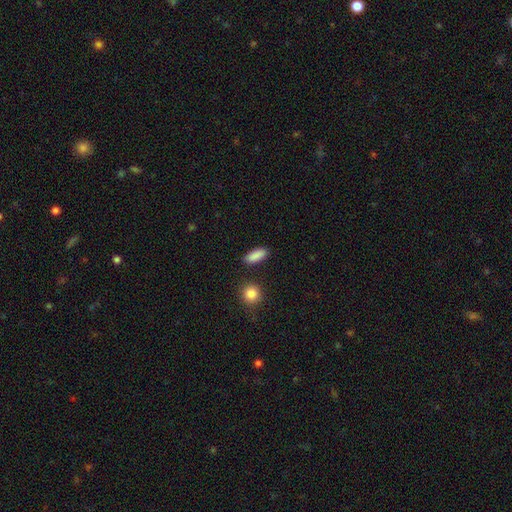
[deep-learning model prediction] A smooth galaxy with no disk features (89%) that is in between round and cigar-shaped (76%). Merging: none (87%).